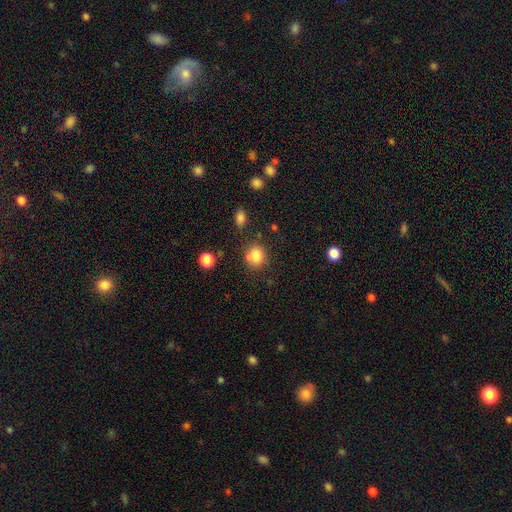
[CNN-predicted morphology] This is clearly a smooth galaxy (80%). How rounded: likely round (75%). Merging: likely none (67%).